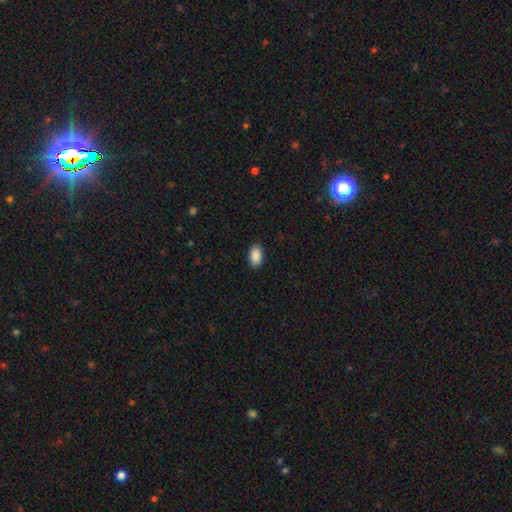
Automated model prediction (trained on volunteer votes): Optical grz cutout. It shows a smooth galaxy with no disk features (90%) that is in between round and cigar-shaped (93%). Merging: none (89%).